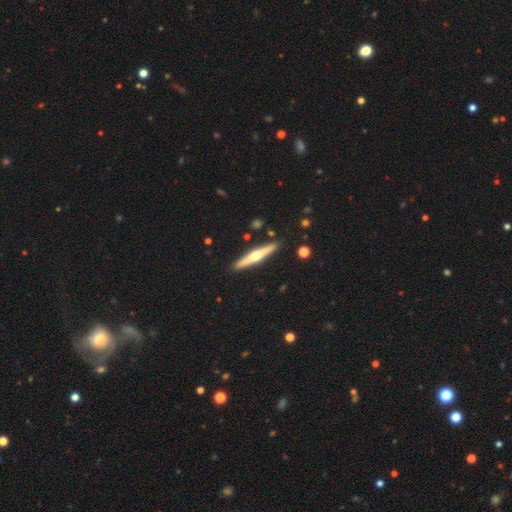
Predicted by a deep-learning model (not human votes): Smooth or featured?
  - featured or disk: 64% *
  - smooth: 31%
  - star or artifact: 5%
Edge-on disk?
  - yes: 97% *
  - no: 3%
Edge-on bulge?
  - rounded: 93% *
  - none: 5%
  - boxy: 3%
Merging?
  - none: 90% *
  - minor disturbance: 7%
  - merger: 2%
  - major disturbance: 1%